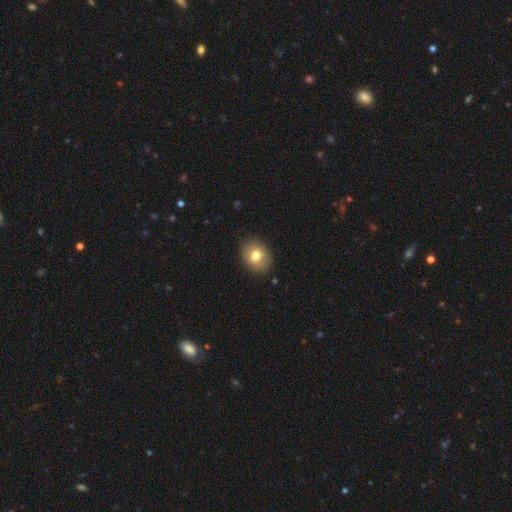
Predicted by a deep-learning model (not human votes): Smooth or featured: smooth — 77% (featured or disk — 14%)
How rounded: in between — 53% (round — 46%)
Merging: none — 88% (minor disturbance — 9%)